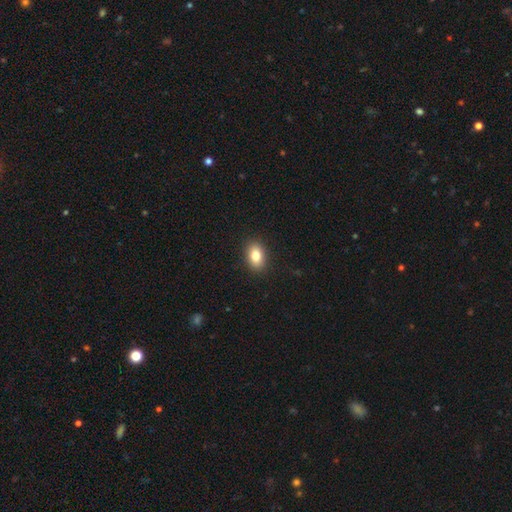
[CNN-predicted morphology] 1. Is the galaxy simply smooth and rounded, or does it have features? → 83% smooth, 9% featured or disk, 9% star or artifact.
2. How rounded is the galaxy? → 84% in between, 14% round, 2% cigar-shaped.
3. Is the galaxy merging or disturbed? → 90% none, 7% minor disturbance, 2% major disturbance, 1% merger.